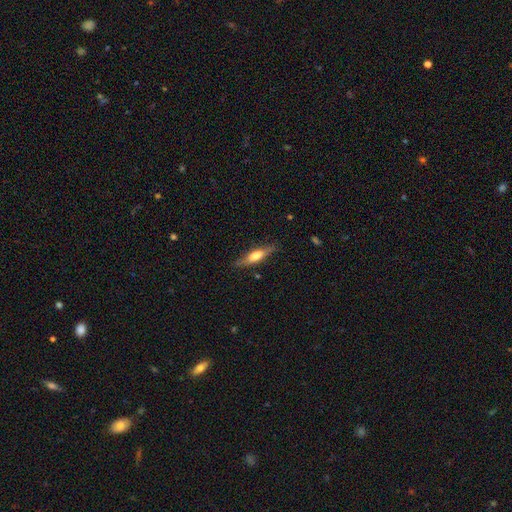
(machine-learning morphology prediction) This appears to be a featured or disk galaxy (47%, tied with smooth). Merging: none (82%).